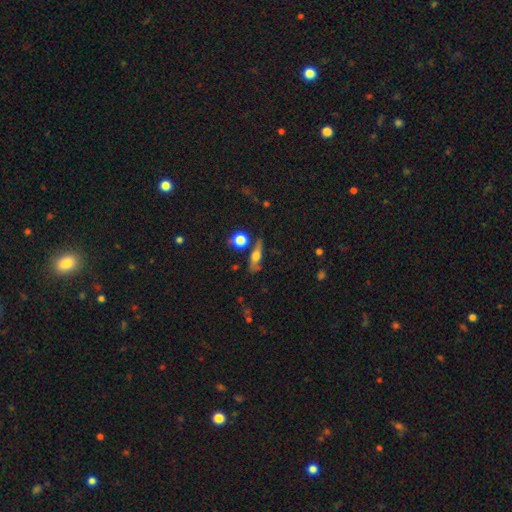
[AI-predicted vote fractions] This appears to be a featured or disk galaxy (46%). Merging: none (64%).